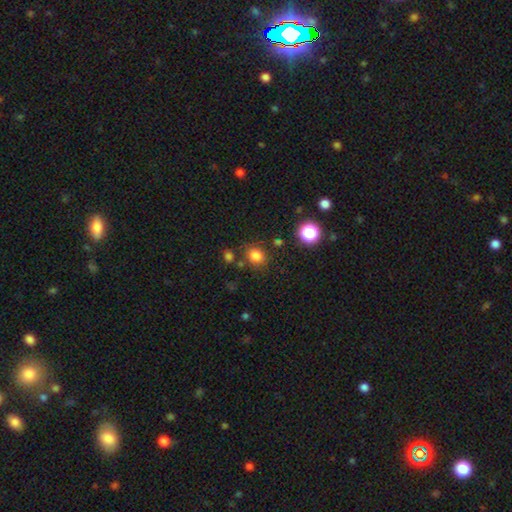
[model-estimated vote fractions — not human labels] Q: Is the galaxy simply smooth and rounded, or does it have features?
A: smooth — 80%.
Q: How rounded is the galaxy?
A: round — 75%.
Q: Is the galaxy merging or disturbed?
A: none — 77%.